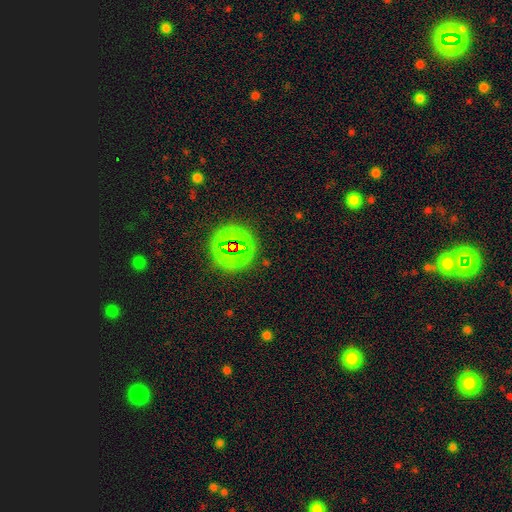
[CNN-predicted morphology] Smooth or featured: star or artifact — 72% (smooth — 19%)